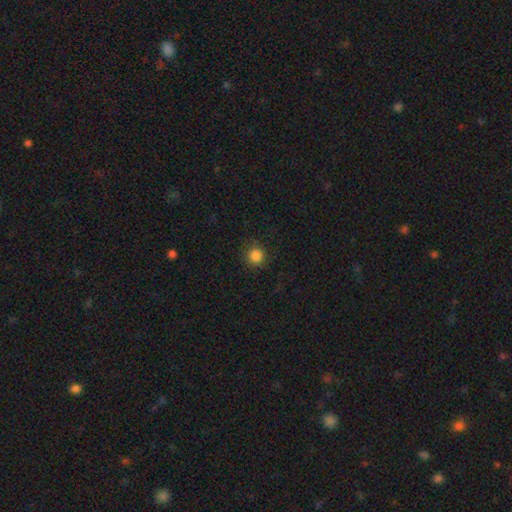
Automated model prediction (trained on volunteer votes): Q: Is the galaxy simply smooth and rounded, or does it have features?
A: smooth — 85%.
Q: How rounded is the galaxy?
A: round — 94%.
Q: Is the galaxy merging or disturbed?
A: none — 87%.